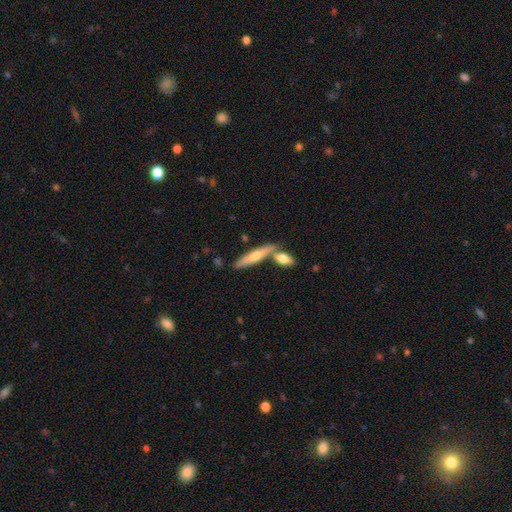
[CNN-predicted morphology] A smooth galaxy with no disk features (48%).

Vote fractions:
- Smooth or featured? smooth: 48% / featured or disk: 46% / star or artifact: 6%
- Merging? none: 61% / merger: 26% / minor disturbance: 10% / major disturbance: 3%